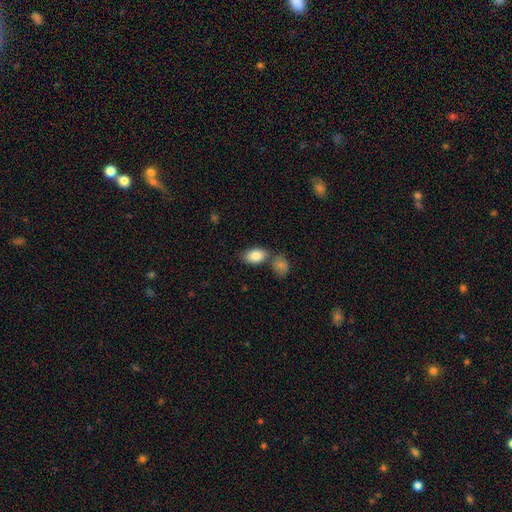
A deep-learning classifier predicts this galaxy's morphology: smooth_or_featured: smooth (p=0.84) [alt: featured or disk p=0.09]
how_rounded: in between (p=0.90) [alt: round p=0.08]
merging: none (p=0.58) [alt: merger p=0.25]